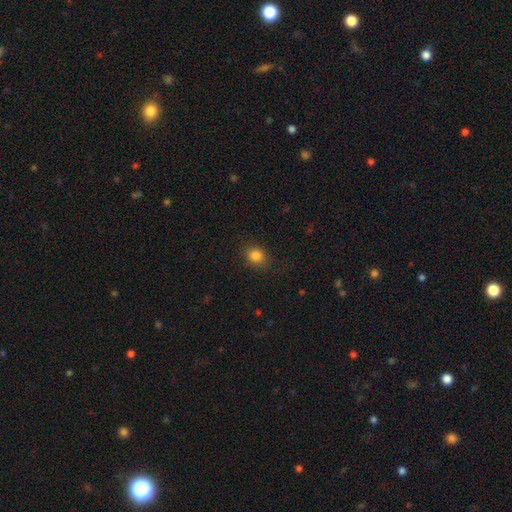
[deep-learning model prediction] A smooth galaxy with no disk features (84%) that is round (66%).

Vote fractions:
- Smooth or featured? smooth: 84% / star or artifact: 11% / featured or disk: 5%
- How rounded? round: 66% / in between: 33% / cigar-shaped: 1%
- Merging? none: 83% / minor disturbance: 12% / major disturbance: 4% / merger: 1%